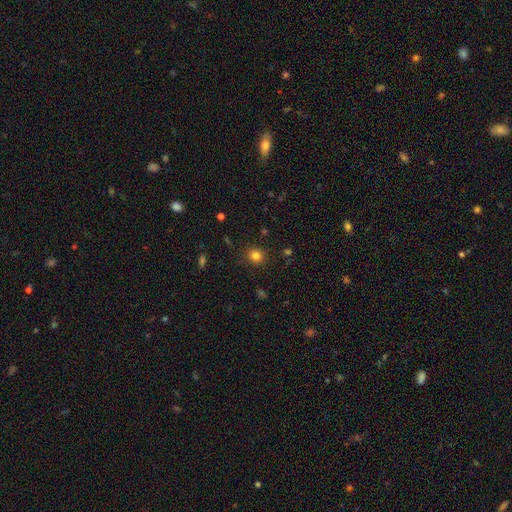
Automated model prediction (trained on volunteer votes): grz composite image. It shows a smooth galaxy with no disk features (81%) that is round (84%). Merging: none (88%).